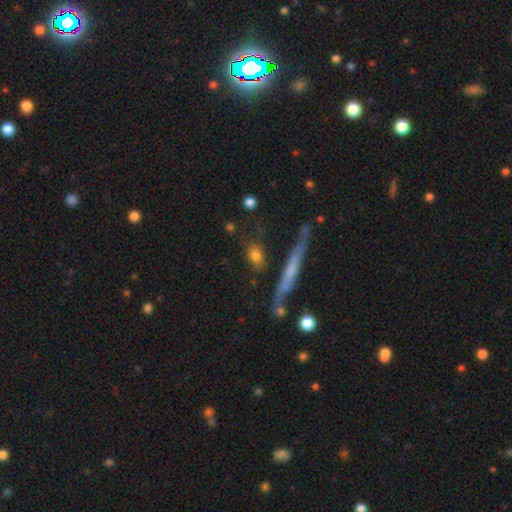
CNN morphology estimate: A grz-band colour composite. It shows a smooth galaxy with no disk features (75%) that is in between round and cigar-shaped (56%). Merging: none (71%).